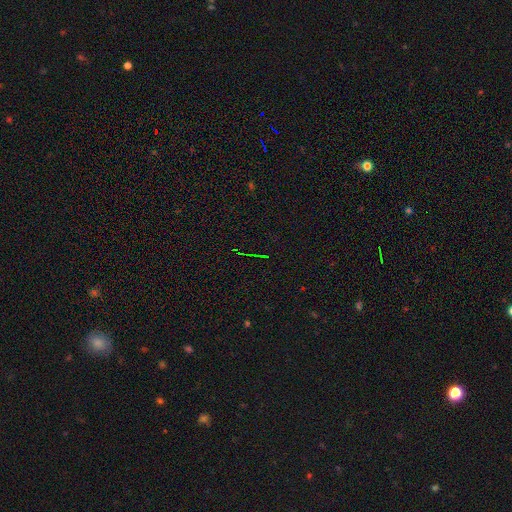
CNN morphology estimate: type=star or artifact (77%).